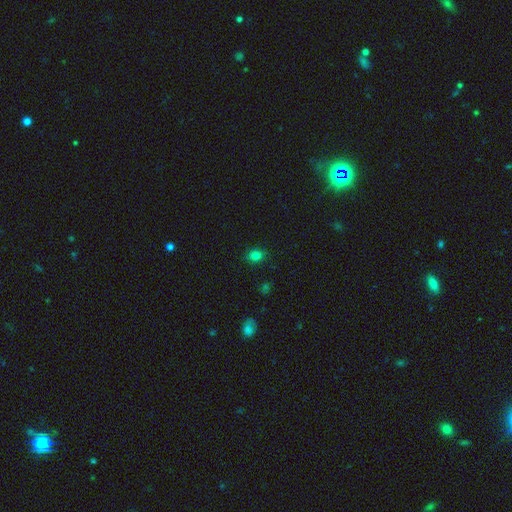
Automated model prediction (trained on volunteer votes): This appears to be a smooth galaxy with no disk features (79%) that is in between round and cigar-shaped (55%). Merging: none (86%).